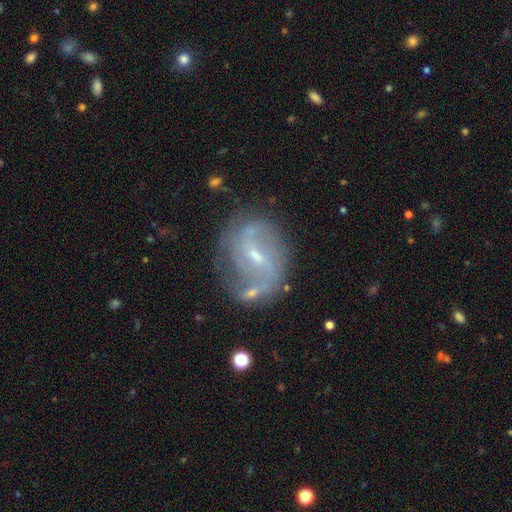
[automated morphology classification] smooth-or-featured: featured or disk: 82% | smooth: 10% | star or artifact: 8%
  disk-edge-on: no: 97% | yes: 3%
    bar: weak: 55% | strong: 25% | no: 20%
    has-spiral-arms: yes: 91% | no: 9%
      spiral-winding: medium: 44% | loose: 36% | tight: 20%
      spiral-arm-count: 2: 70% | can't tell: 14% | 3: 6% | 1: 5% | 4: 2% | more than 4: 2%
    bulge-size: small: 68% | moderate: 27% | none: 3% | large: 1% | dominant: 1%
  merging: none: 60% | minor disturbance: 20% | major disturbance: 12% | merger: 7%